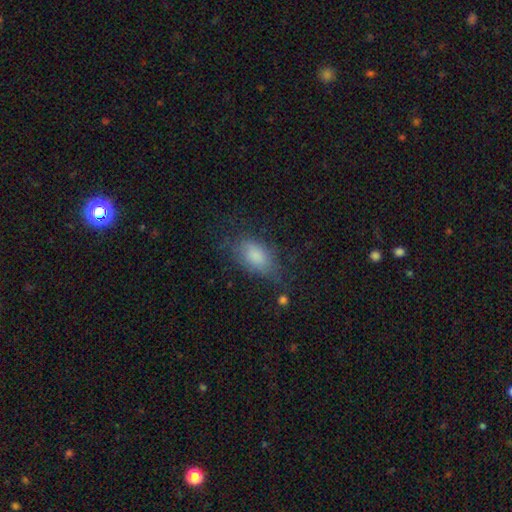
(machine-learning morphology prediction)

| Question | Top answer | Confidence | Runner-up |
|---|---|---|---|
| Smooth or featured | smooth | 80% | featured or disk (12%) |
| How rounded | in between | 89% | round (6%) |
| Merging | none | 58% | minor disturbance (26%) |